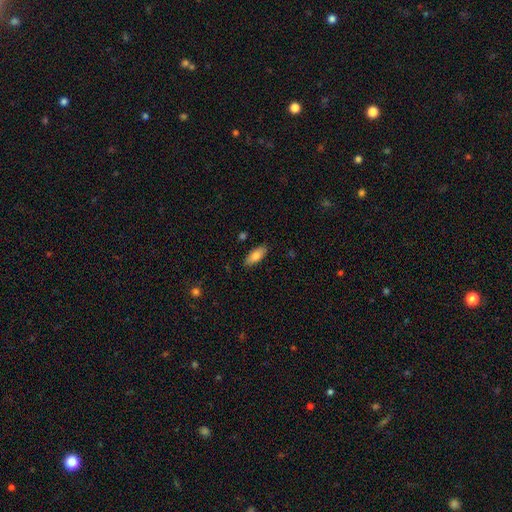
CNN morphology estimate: Q: Smooth or featured?
A: smooth (80%); runner-up: featured or disk (14%)
Q: How rounded?
A: in between (79%); runner-up: cigar-shaped (19%)
Q: Merging?
A: none (87%); runner-up: minor disturbance (10%)